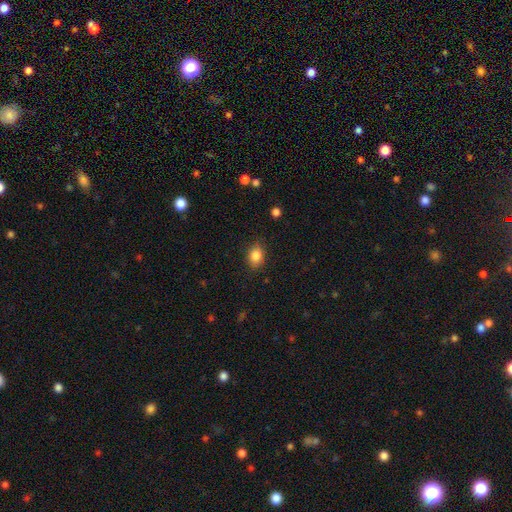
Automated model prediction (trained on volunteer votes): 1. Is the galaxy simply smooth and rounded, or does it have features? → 85% smooth, 9% star or artifact, 6% featured or disk.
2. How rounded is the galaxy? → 66% in between, 33% round, 1% cigar-shaped.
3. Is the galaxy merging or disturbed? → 82% none, 14% minor disturbance, 3% major disturbance, 1% merger.